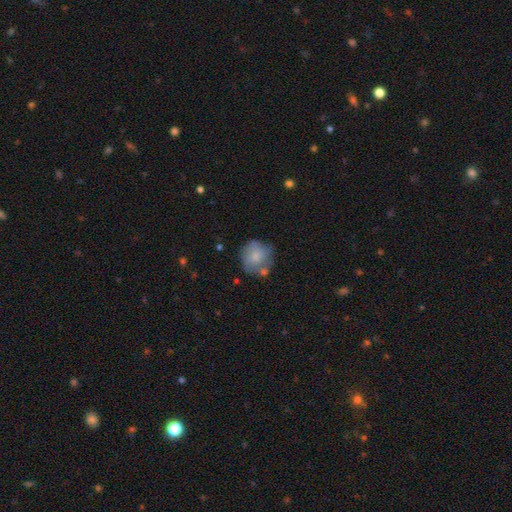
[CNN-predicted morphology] Smooth or featured? smooth (64%)
How rounded? round (83%)
Merging? none (55%)